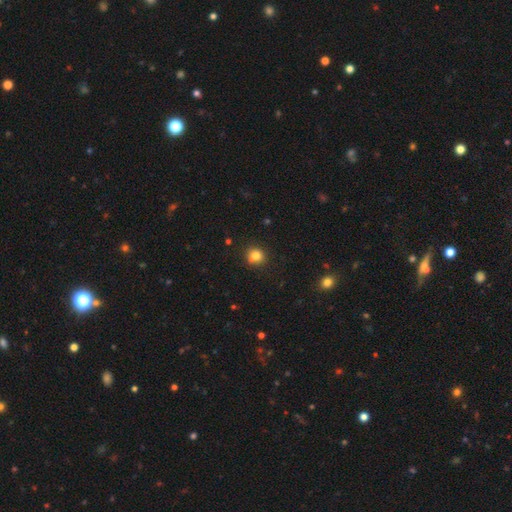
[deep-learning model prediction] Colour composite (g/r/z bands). It shows a smooth galaxy with no disk features (83%) that is round (88%). Merging: none (87%).